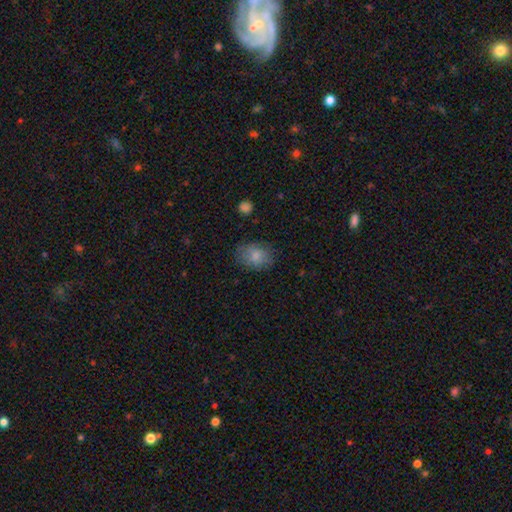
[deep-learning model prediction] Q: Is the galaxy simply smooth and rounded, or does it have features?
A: smooth — 83%.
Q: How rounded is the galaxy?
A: in between — 65%.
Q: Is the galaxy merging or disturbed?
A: none — 77%.